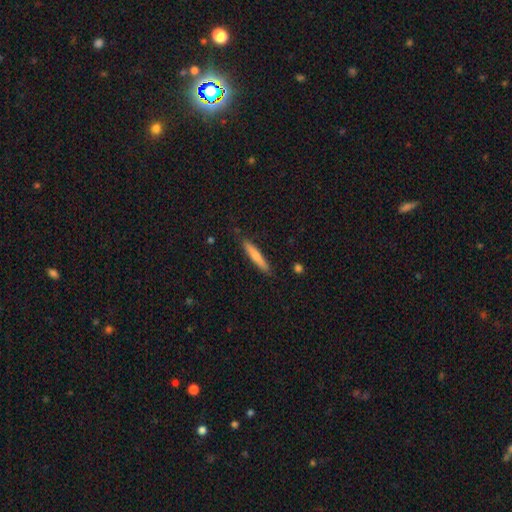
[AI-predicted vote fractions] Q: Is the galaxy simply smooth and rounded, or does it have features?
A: smooth — 73%.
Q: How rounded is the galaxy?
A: cigar-shaped — 92%.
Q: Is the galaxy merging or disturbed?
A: none — 86%.